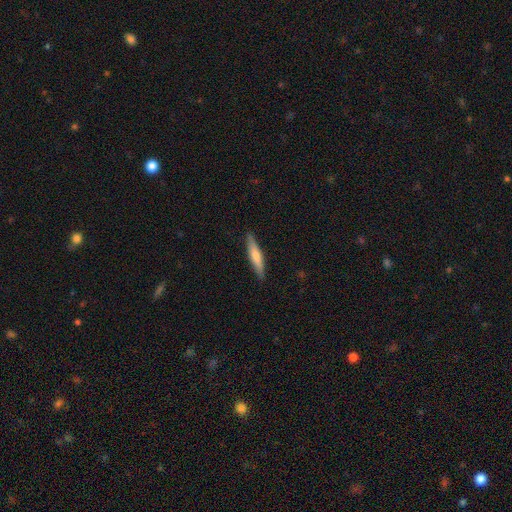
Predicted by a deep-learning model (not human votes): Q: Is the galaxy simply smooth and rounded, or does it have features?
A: smooth — 54%.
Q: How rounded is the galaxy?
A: cigar-shaped — 90%.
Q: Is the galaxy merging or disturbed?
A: none — 90%.